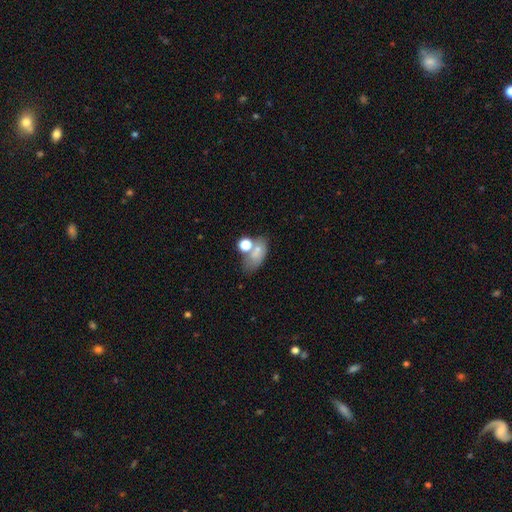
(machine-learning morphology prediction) This is likely a smooth galaxy (65%). How rounded: clearly in between (80%). Merging: marginally none (38%).